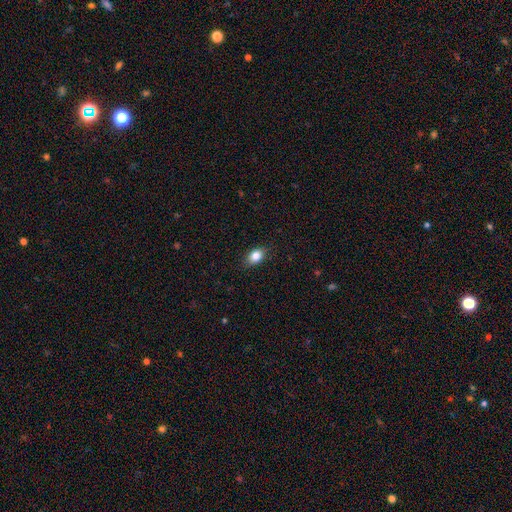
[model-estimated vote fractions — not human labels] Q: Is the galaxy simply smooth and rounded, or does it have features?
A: smooth — 84%.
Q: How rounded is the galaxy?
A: in between — 81%.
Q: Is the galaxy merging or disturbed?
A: none — 85%.